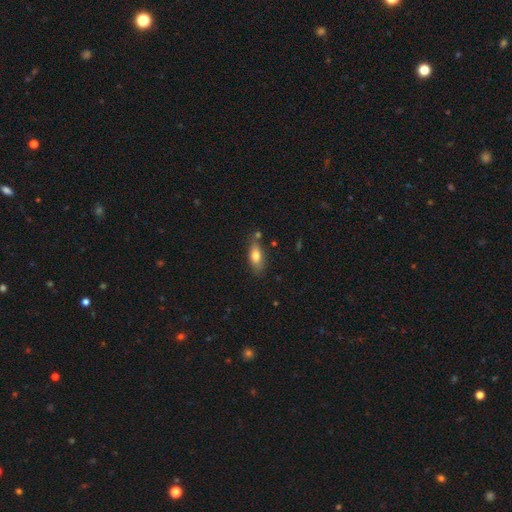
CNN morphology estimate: This appears to be a smooth galaxy with no disk features (75%) that is in between round and cigar-shaped (76%). Merging: none (72%).